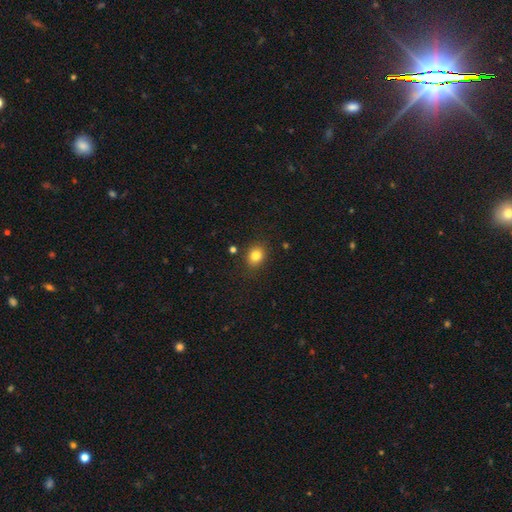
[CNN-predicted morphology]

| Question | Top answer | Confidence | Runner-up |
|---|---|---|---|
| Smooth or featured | smooth | 82% | star or artifact (11%) |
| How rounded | round | 59% | in between (40%) |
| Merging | none | 85% | minor disturbance (10%) |